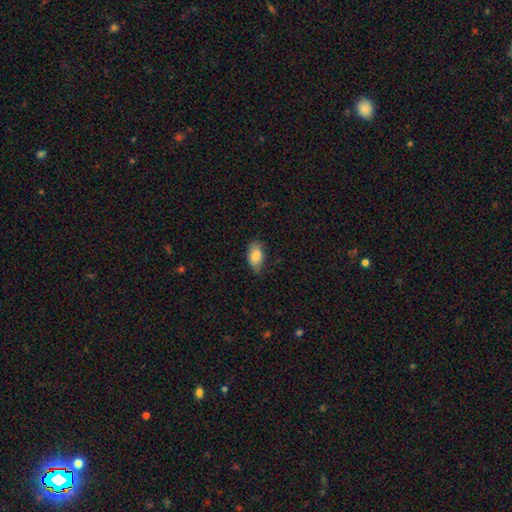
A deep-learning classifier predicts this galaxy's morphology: This appears to be a smooth galaxy with no disk features (83%) that is in between round and cigar-shaped (92%). Merging: none (65%).